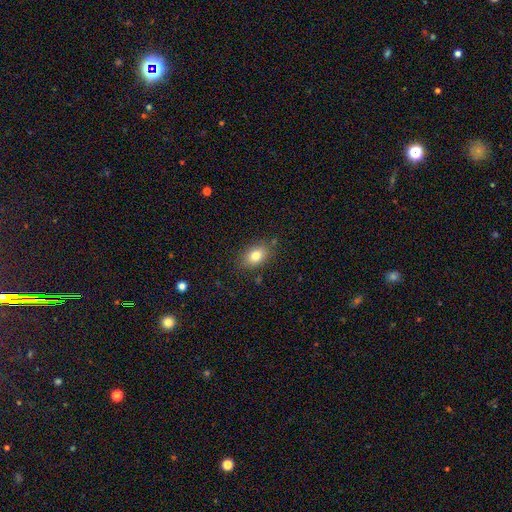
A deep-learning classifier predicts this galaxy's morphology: smooth-or-featured: smooth: 80% | featured or disk: 10% | star or artifact: 10%
  how-rounded: in between: 81% | round: 18% | cigar-shaped: 2%
  merging: none: 82% | minor disturbance: 13% | major disturbance: 3% | merger: 2%